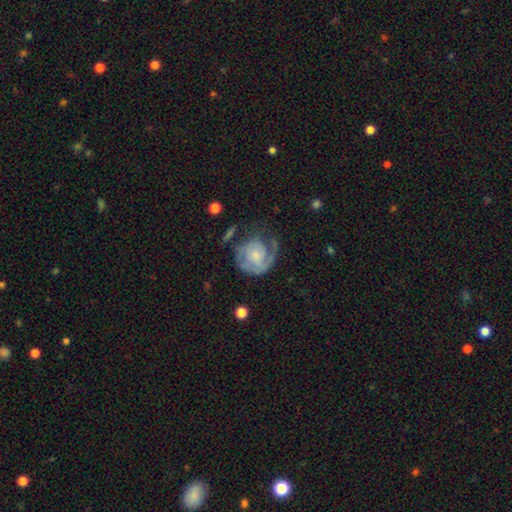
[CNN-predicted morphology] This is likely a featured or disk galaxy (76%). It is clearly not viewed edge-on (98%). Bar: likely no (67%). Spiral arm pattern: clearly yes (92%). Spiral arm count: marginally 2 (33%, tied with 1). Spiral winding: possibly tight (56%). Central bulge: possibly small (48%). Merging: possibly none (51%).